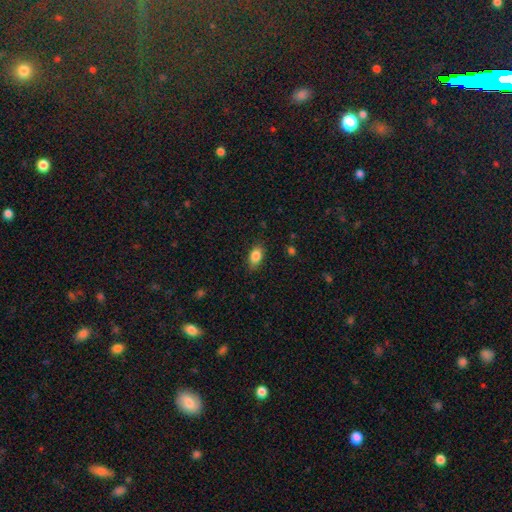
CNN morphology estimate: Smooth or featured? smooth (85%)
How rounded? in between (88%)
Merging? none (82%)